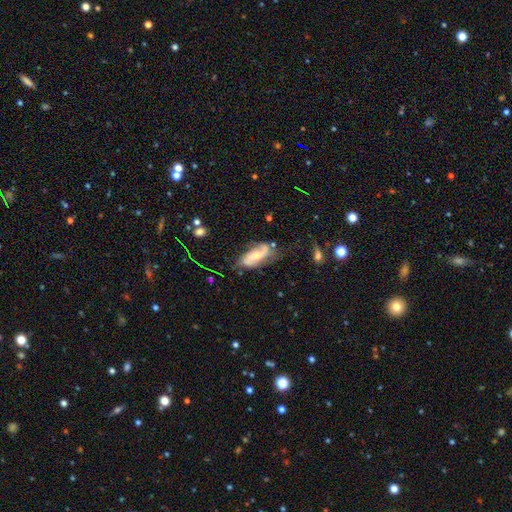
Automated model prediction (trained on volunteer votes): A featured or disk galaxy (70%) with no bar (49%), 2 (82%) loose (45%) spiral arms (91%) and a moderate central bulge (46%).

Vote fractions:
- Smooth or featured? featured or disk: 70% / smooth: 23% / star or artifact: 7%
- Edge-on disk? no: 92% / yes: 8%
- Bar? no: 49% / weak: 35% / strong: 16%
- Spiral arms? yes: 91% / no: 9%
- Spiral winding? loose: 45% / medium: 36% / tight: 18%
- Spiral arm count? 2: 82% / can't tell: 9% / 1: 5% / 3: 2% / 4: 1% / more than 4: 1%
- Bulge size? moderate: 46% / small: 45% / none: 4% / large: 4% / dominant: 1%
- Merging? none: 59% / minor disturbance: 25% / major disturbance: 11% / merger: 4%